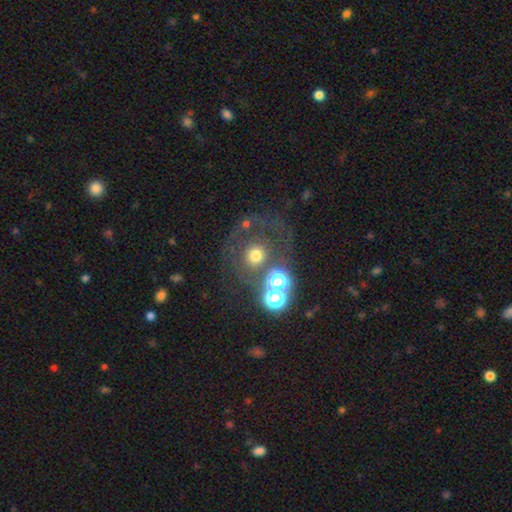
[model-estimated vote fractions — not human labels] smooth-or-featured: smooth: 57% | star or artifact: 22% | featured or disk: 20%
  how-rounded: round: 87% | in between: 12% | cigar-shaped: 1%
  merging: none: 53% | merger: 18% | major disturbance: 16% | minor disturbance: 12%